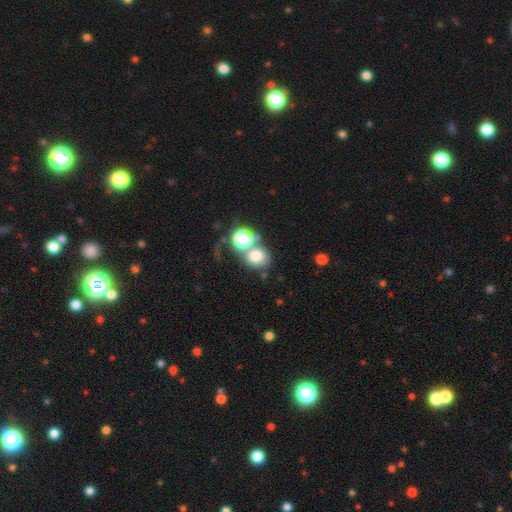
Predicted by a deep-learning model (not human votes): Smooth or featured? Predicted: smooth (p=0.73). How rounded? Predicted: round (p=0.73). Merging? Predicted: none (p=0.43).